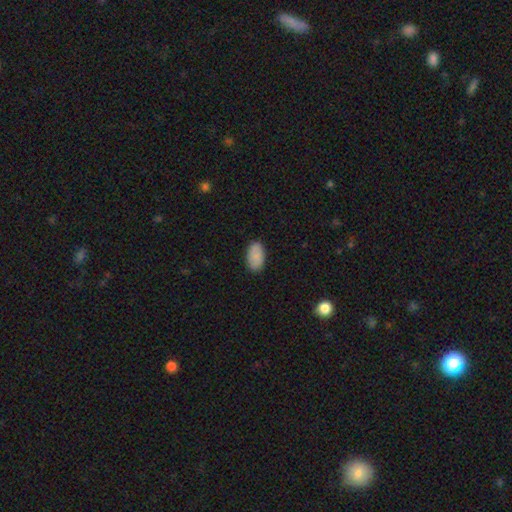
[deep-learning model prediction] smooth_or_featured: smooth (p=0.86) [alt: featured or disk p=0.07]
how_rounded: in between (p=0.94) [alt: round p=0.04]
merging: none (p=0.87) [alt: minor disturbance p=0.10]